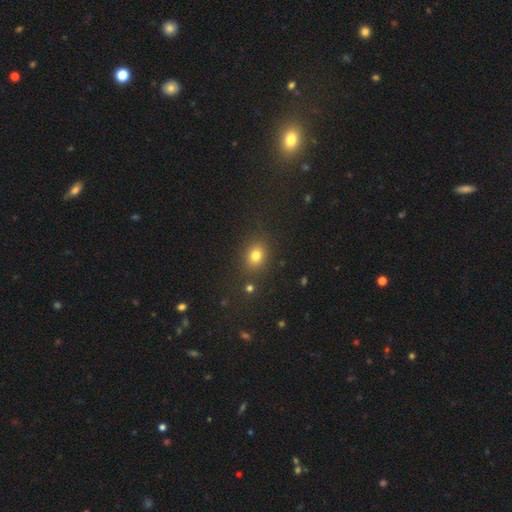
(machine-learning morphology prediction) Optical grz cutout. It shows a smooth galaxy with no disk features (78%) that is in between round and cigar-shaped (51%). Merging: none (83%).